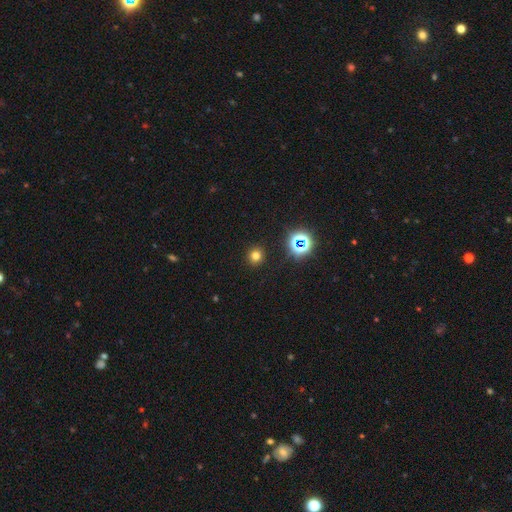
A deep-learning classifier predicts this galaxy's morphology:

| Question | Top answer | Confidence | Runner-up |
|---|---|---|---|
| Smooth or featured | smooth | 72% | star or artifact (22%) |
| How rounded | round | 90% | in between (9%) |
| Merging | none | 91% | minor disturbance (6%) |